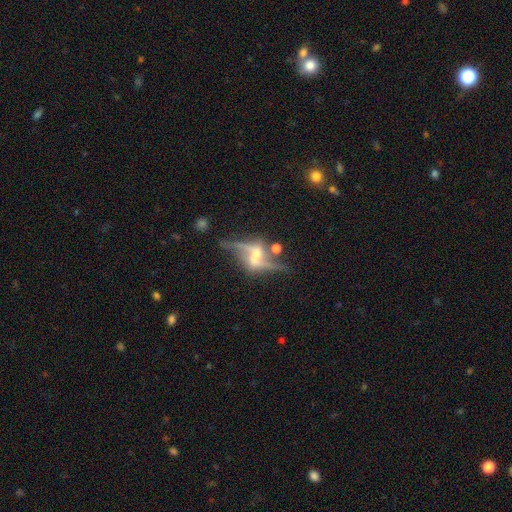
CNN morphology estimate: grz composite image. It shows a featured or disk galaxy (86%) with a strong bar (45%), spiral arms (88%) and a moderate central bulge (44%). Merging: none (58%).